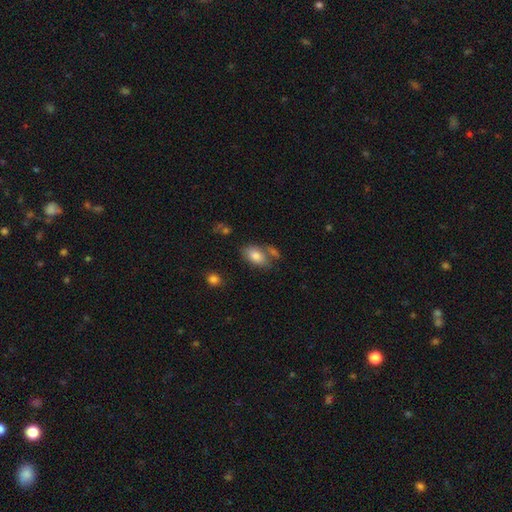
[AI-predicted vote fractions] The model was most divided on "merging": none: 57%, merger: 19%, minor disturbance: 17%, major disturbance: 7%. More confident: how rounded — in between (92%); smooth or featured — smooth (82%).